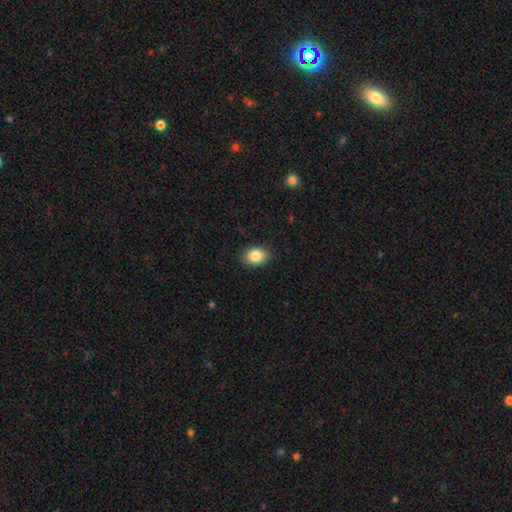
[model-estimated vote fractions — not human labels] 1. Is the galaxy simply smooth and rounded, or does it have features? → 86% smooth, 8% star or artifact, 6% featured or disk.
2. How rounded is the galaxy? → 66% in between, 33% round, 1% cigar-shaped.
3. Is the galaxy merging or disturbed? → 89% none, 8% minor disturbance, 2% major disturbance, 1% merger.